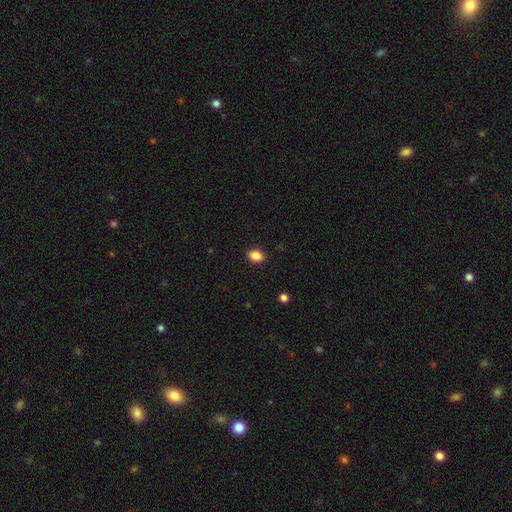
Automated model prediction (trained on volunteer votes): Smooth or featured?
  - smooth: 87% *
  - star or artifact: 9%
  - featured or disk: 4%
How rounded?
  - in between: 74% *
  - round: 25%
  - cigar-shaped: 1%
Merging?
  - none: 90% *
  - minor disturbance: 7%
  - major disturbance: 2%
  - merger: 1%